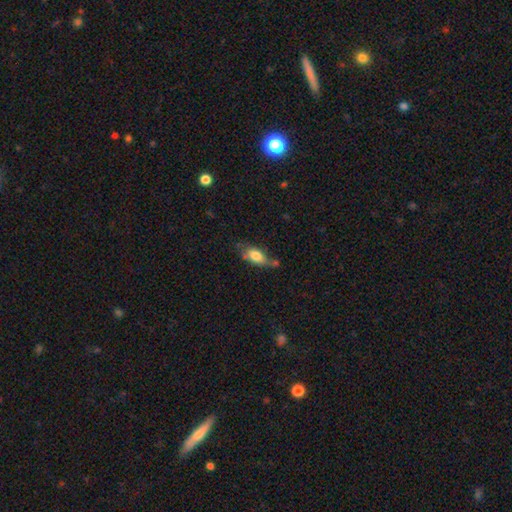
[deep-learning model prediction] The model was most divided on "merging": none: 42%, minor disturbance: 29%, merger: 17%, major disturbance: 12%. More confident: how rounded — in between (82%); smooth or featured — smooth (72%).